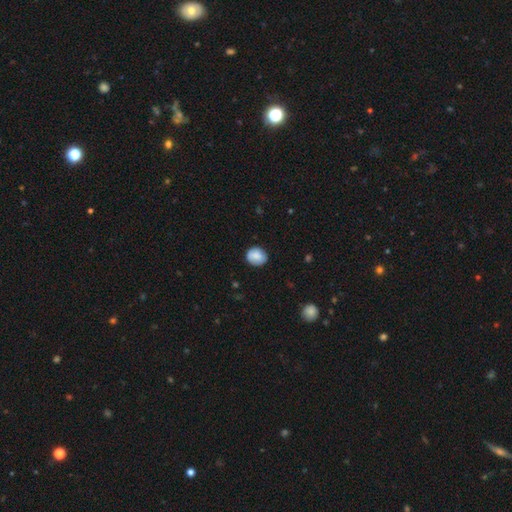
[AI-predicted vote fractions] Smooth or featured? Predicted: smooth (p=0.75). How rounded? Predicted: round (p=0.71). Merging? Predicted: none (p=0.79).